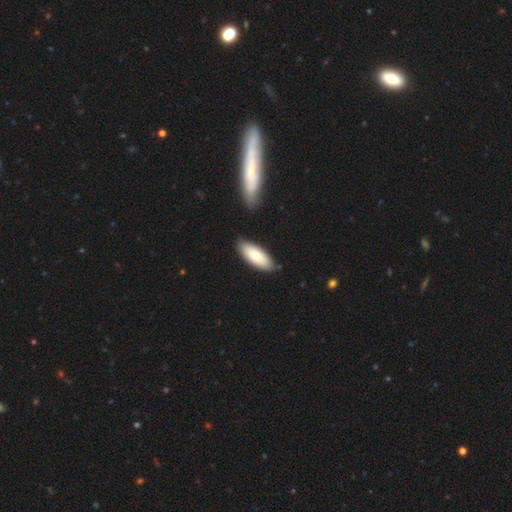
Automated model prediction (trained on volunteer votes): smooth_or_featured: smooth (p=0.80) [alt: featured or disk p=0.14]
how_rounded: in between (p=0.78) [alt: cigar-shaped p=0.20]
merging: none (p=0.82) [alt: minor disturbance p=0.13]